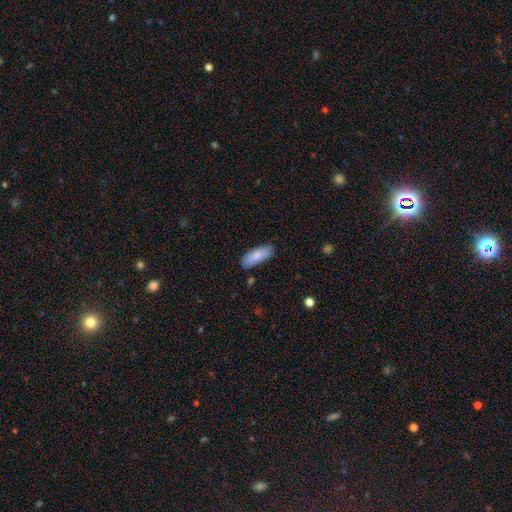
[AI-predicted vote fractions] Q: Smooth or featured?
A: smooth (84%); runner-up: featured or disk (10%)
Q: How rounded?
A: in between (70%); runner-up: cigar-shaped (28%)
Q: Merging?
A: none (82%); runner-up: minor disturbance (13%)